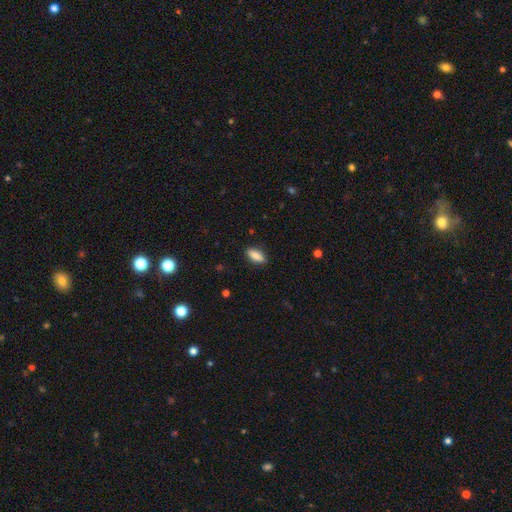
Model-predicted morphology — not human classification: smooth 86%, star or artifact 7%, featured or disk 7%. Down the decision tree: how rounded — in between (80%); merging — none (87%).